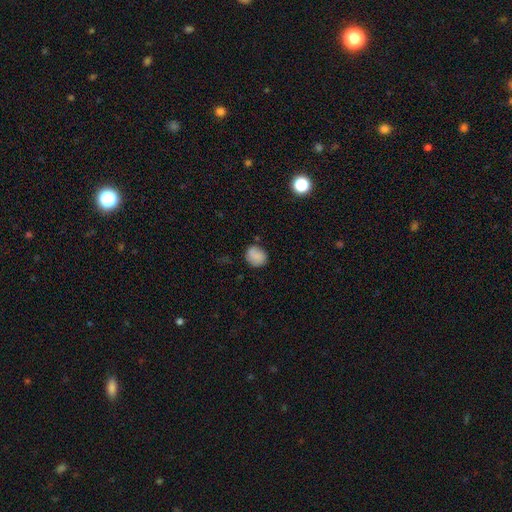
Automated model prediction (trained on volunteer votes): A smooth galaxy with no disk features (83%) that is round (68%).

Vote fractions:
- Smooth or featured? smooth: 83% / star or artifact: 10% / featured or disk: 7%
- How rounded? round: 68% / in between: 31% / cigar-shaped: 1%
- Merging? none: 74% / minor disturbance: 19% / major disturbance: 4% / merger: 3%